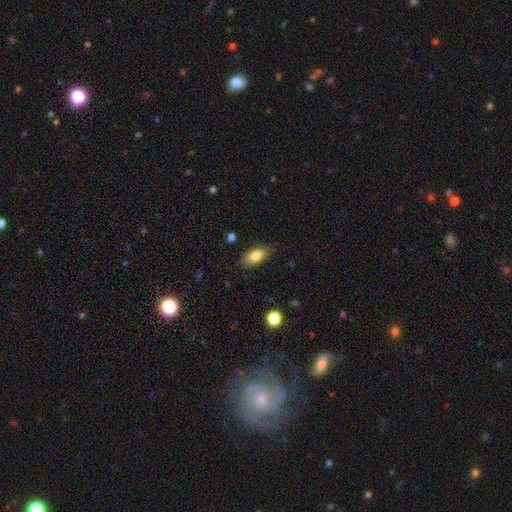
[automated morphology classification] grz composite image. It shows a smooth galaxy with no disk features (82%) that is in between round and cigar-shaped (88%). Merging: none (84%).